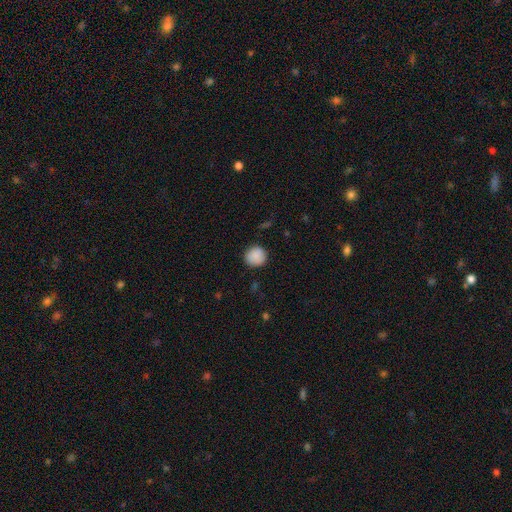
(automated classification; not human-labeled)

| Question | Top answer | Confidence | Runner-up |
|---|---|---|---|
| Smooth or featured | smooth | 89% | star or artifact (8%) |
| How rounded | round | 90% | in between (9%) |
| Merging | none | 87% | minor disturbance (9%) |